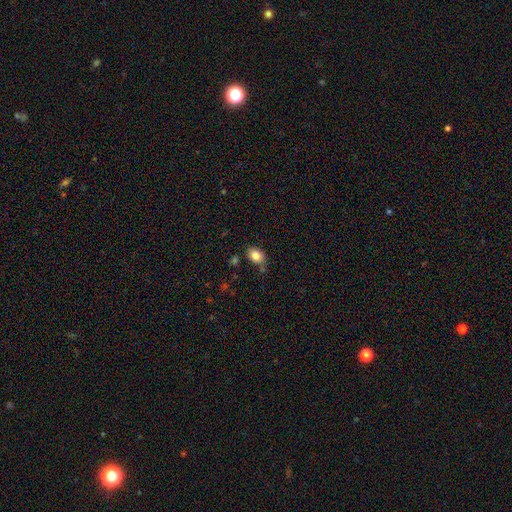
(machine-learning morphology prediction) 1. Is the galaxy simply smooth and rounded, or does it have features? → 83% smooth, 9% star or artifact, 8% featured or disk.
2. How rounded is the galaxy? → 71% in between, 28% round, 1% cigar-shaped.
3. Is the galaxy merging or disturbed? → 72% none, 18% minor disturbance, 6% merger, 4% major disturbance.